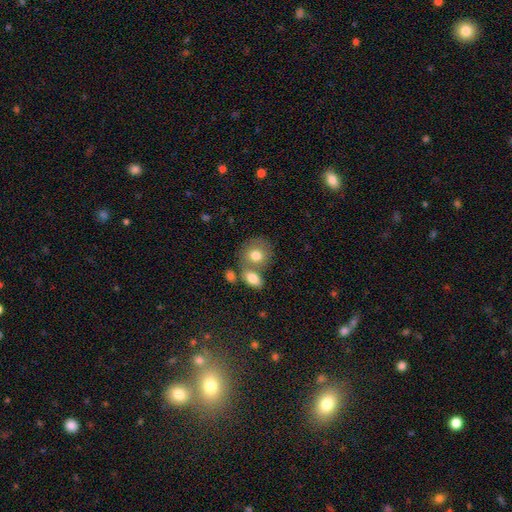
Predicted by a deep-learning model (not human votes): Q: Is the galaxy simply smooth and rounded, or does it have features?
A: smooth — 77%.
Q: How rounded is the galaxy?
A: round — 69%.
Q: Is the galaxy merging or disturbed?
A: none — 46%.